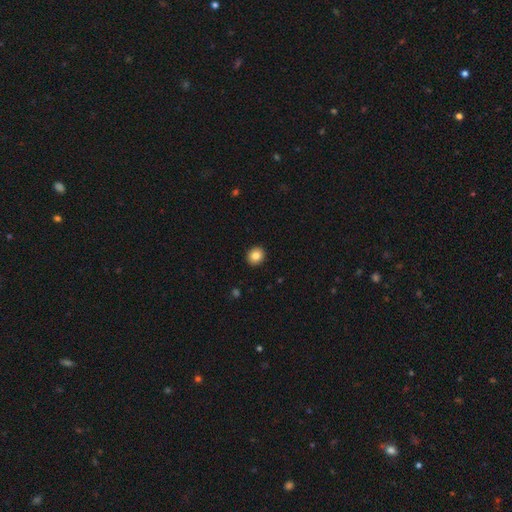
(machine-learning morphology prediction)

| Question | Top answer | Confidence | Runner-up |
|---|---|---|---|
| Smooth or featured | smooth | 84% | star or artifact (9%) |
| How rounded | round | 84% | in between (16%) |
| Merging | none | 93% | minor disturbance (5%) |